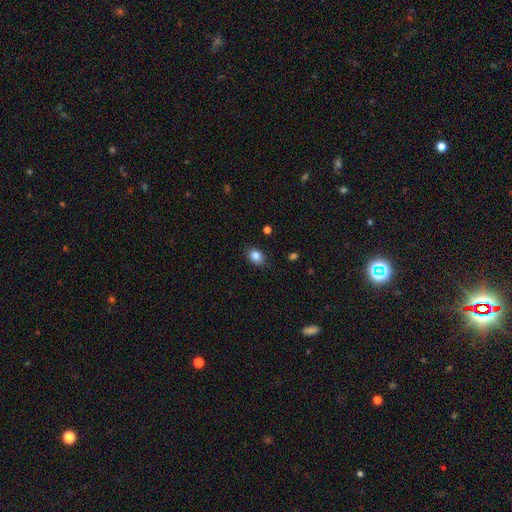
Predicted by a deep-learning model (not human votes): A smooth galaxy with no disk features (86%) that is in between round and cigar-shaped (66%). Merging: none (85%).